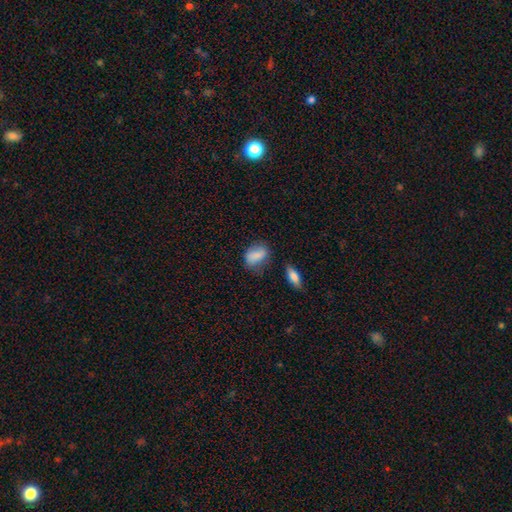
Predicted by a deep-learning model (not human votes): smooth_or_featured: smooth (p=0.81) [alt: featured or disk p=0.10]
how_rounded: in between (p=0.82) [alt: round p=0.13]
merging: none (p=0.59) [alt: minor disturbance p=0.27]